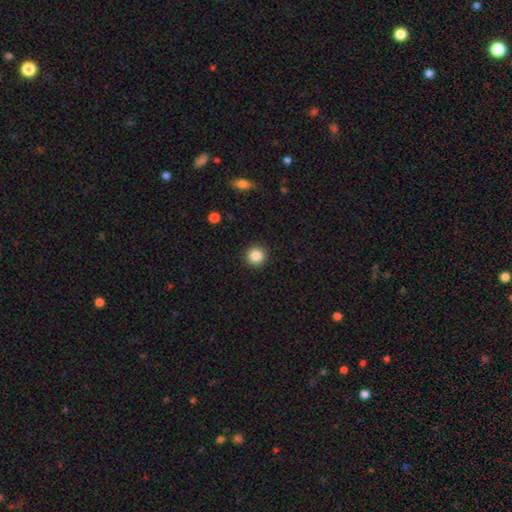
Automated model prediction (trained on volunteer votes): Smooth or featured: smooth — 87% (star or artifact — 10%)
How rounded: round — 94% (in between — 5%)
Merging: none — 92% (minor disturbance — 5%)